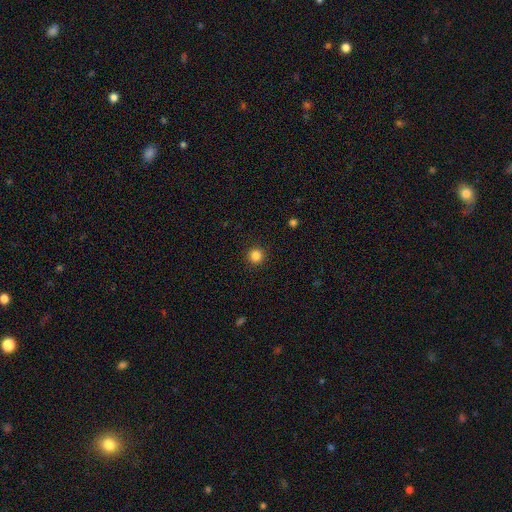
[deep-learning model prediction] Overall: smooth (85%). How rounded: round (96%). Merging: none (93%).